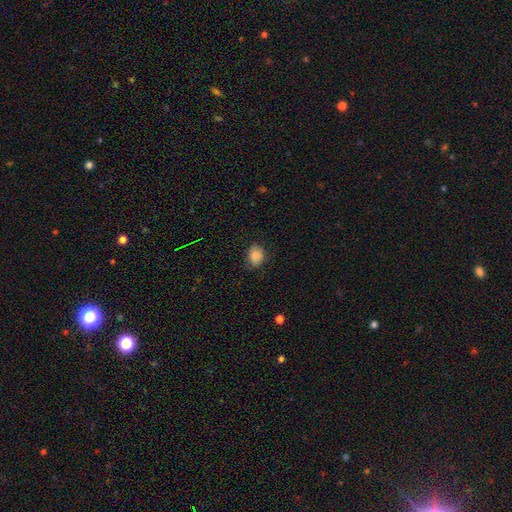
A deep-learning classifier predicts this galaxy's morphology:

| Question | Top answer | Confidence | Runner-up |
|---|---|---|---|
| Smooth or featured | smooth | 86% | star or artifact (9%) |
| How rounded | in between | 54% | round (45%) |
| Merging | none | 77% | minor disturbance (18%) |